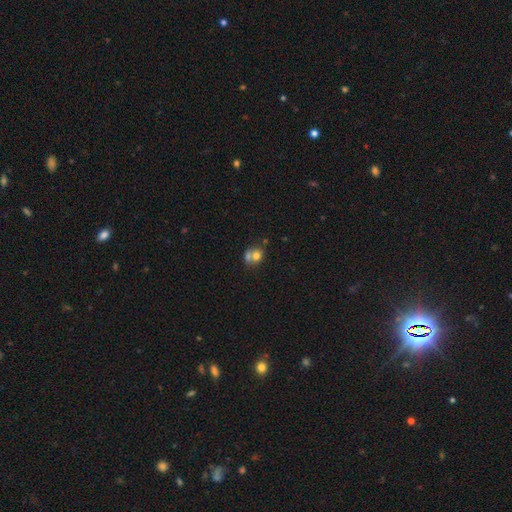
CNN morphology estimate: Smooth or featured?
  - smooth: 69% *
  - featured or disk: 20%
  - star or artifact: 11%
How rounded?
  - round: 66% *
  - in between: 33%
  - cigar-shaped: 1%
Merging?
  - merger: 55% *
  - none: 31%
  - minor disturbance: 9%
  - major disturbance: 5%